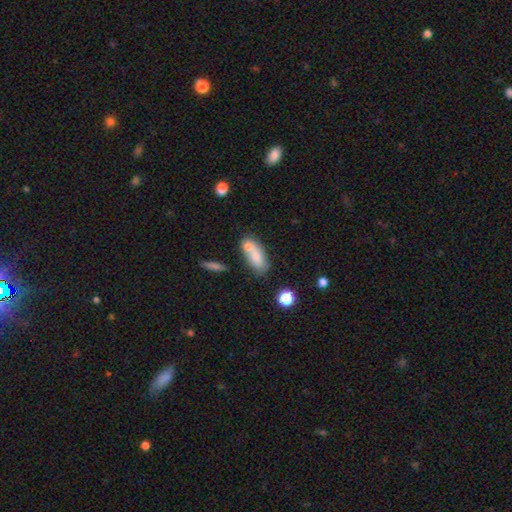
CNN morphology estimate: type=smooth (74%); roundness=in between (81%); merging=merger (40%).